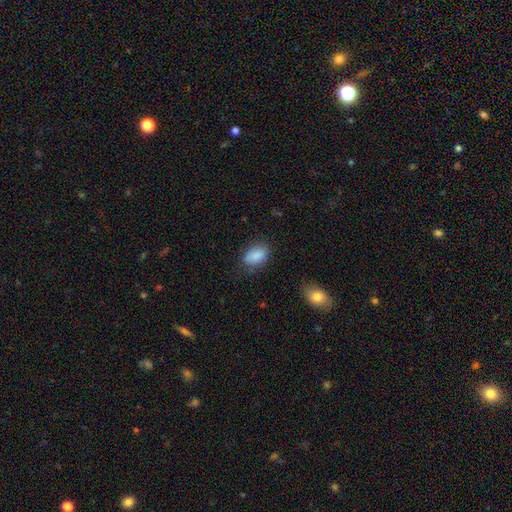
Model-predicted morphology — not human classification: This is clearly a smooth galaxy (87%). How rounded: clearly in between (88%). Merging: likely none (72%).